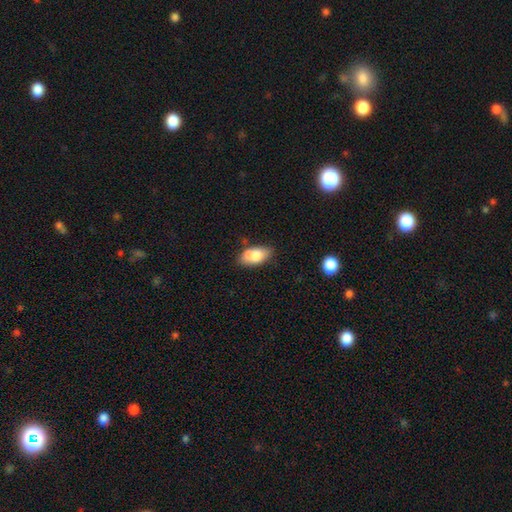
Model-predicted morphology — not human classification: smooth-or-featured: smooth: 73% | featured or disk: 19% | star or artifact: 8%
  how-rounded: in between: 89% | cigar-shaped: 5% | round: 5%
  merging: none: 53% | merger: 23% | minor disturbance: 19% | major disturbance: 5%